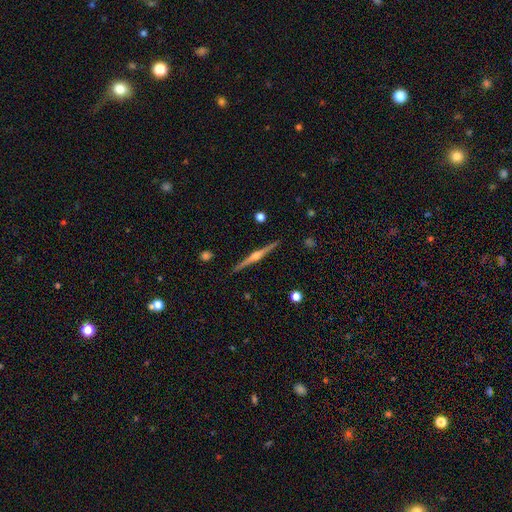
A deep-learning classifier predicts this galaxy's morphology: featured or disk 85%, smooth 10%, star or artifact 5%. Down the decision tree: edge-on disk — yes (99%); edge-on bulge — rounded (93%); merging — none (92%).